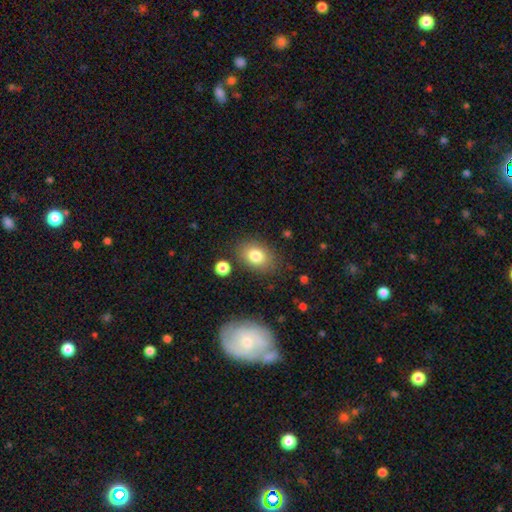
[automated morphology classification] Overall: smooth (81%). How rounded: in between (74%). Merging: none (79%).